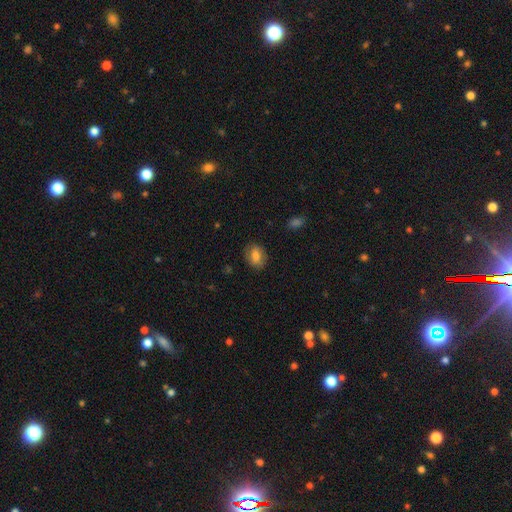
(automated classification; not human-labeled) Smooth or featured? smooth (73%)
How rounded? in between (69%)
Merging? none (80%)